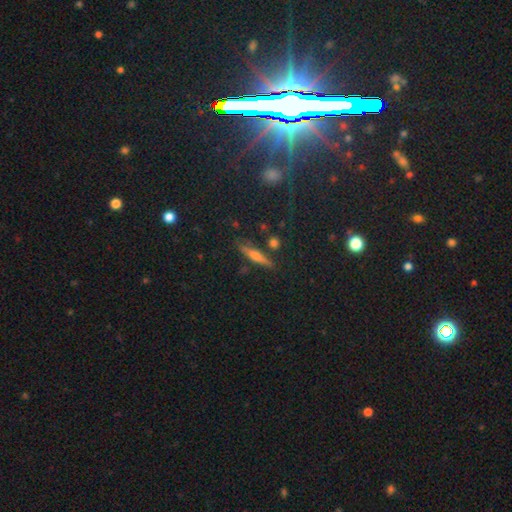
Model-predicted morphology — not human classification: A smooth galaxy with no disk features (51%) that is cigar-shaped (83%). Merging: none (81%).